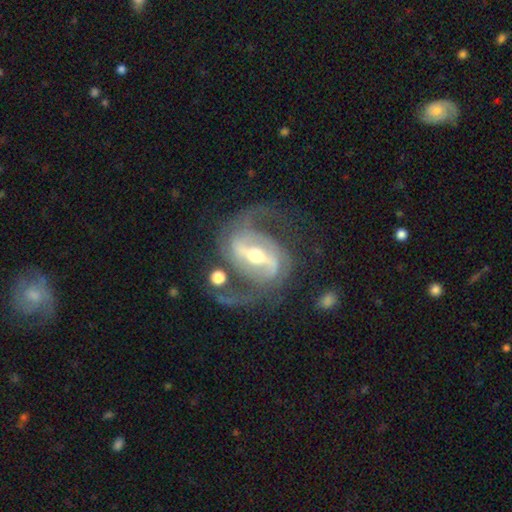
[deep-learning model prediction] A featured or disk galaxy (91%) with a strong bar (67%), 2 (87%) medium (53%) spiral arms (97%) and a moderate central bulge (62%). Merging: none (63%).